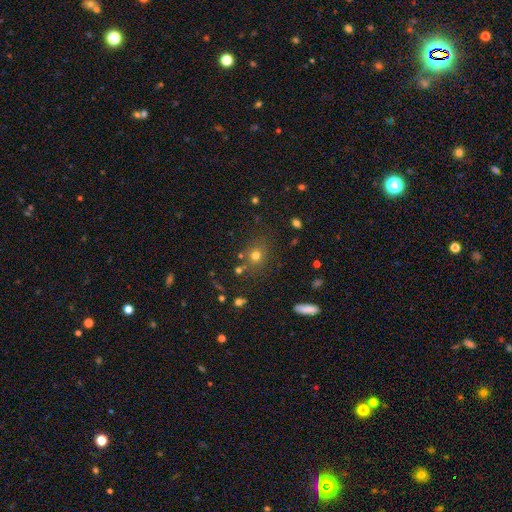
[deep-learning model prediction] A smooth galaxy with no disk features (71%) that is round (79%).

Vote fractions:
- Smooth or featured? smooth: 71% / star or artifact: 20% / featured or disk: 9%
- How rounded? round: 79% / in between: 20% / cigar-shaped: 1%
- Merging? none: 79% / minor disturbance: 11% / merger: 6% / major disturbance: 4%